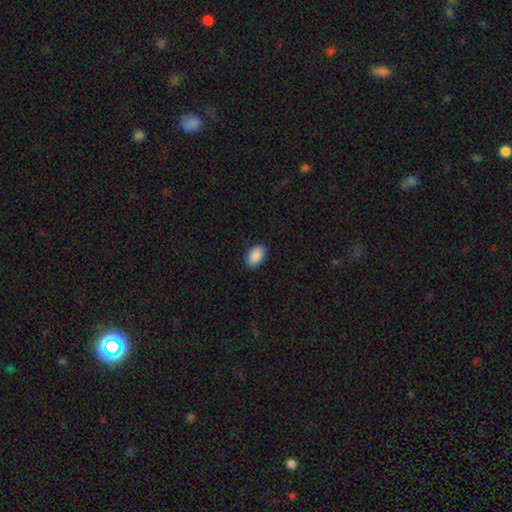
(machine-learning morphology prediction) A smooth galaxy with no disk features (91%) that is in between round and cigar-shaped (93%). Merging: none (88%).